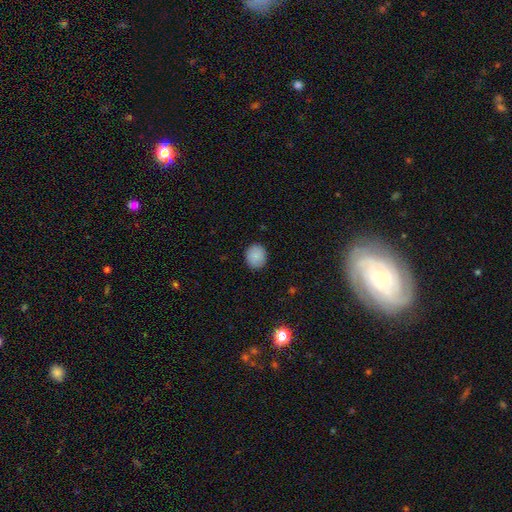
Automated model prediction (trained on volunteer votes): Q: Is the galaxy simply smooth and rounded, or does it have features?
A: smooth — 88%.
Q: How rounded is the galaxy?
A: round — 80%.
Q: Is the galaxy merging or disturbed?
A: none — 89%.